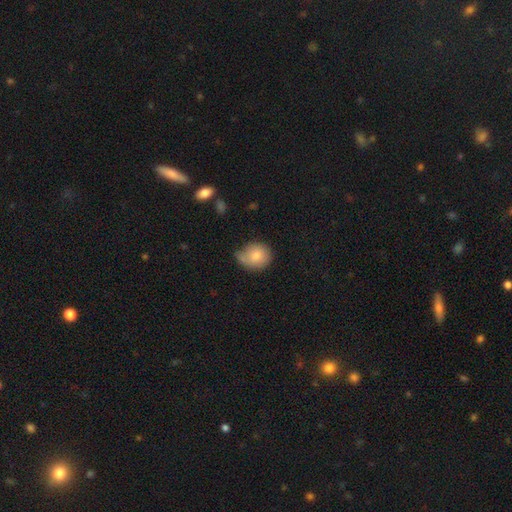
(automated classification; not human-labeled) Smooth or featured: smooth — 79% (featured or disk — 13%)
How rounded: round — 73% (in between — 26%)
Merging: none — 49% (minor disturbance — 36%)